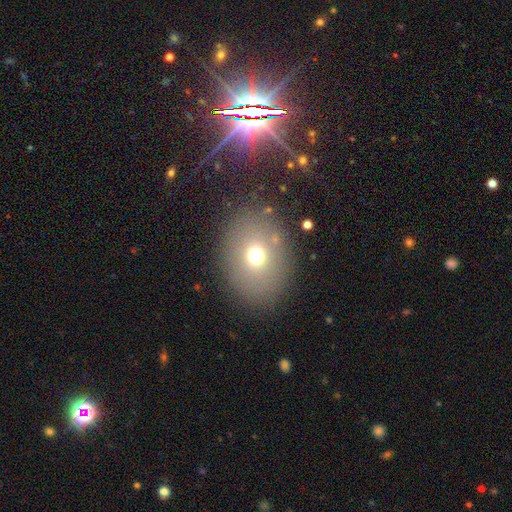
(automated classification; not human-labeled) This appears to be a smooth galaxy with no disk features (69%) that is in between round and cigar-shaped (58%). Merging: none (83%).